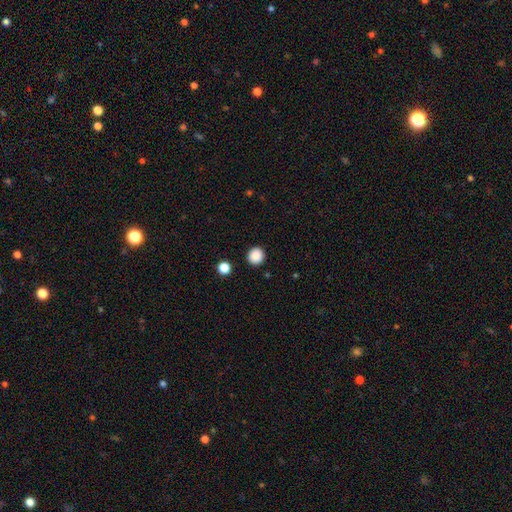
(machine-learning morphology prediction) smooth-or-featured: smooth: 88% | star or artifact: 10% | featured or disk: 3%
  how-rounded: round: 92% | in between: 7% | cigar-shaped: 1%
  merging: none: 91% | minor disturbance: 5% | major disturbance: 2% | merger: 2%